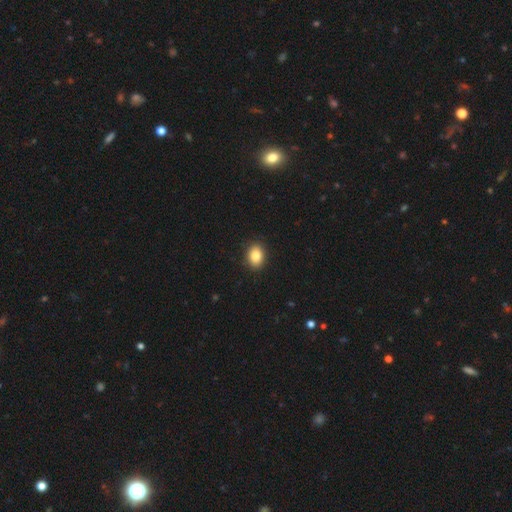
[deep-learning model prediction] smooth 85%, star or artifact 9%, featured or disk 6%. Down the decision tree: how rounded — in between (65%); merging — none (91%).